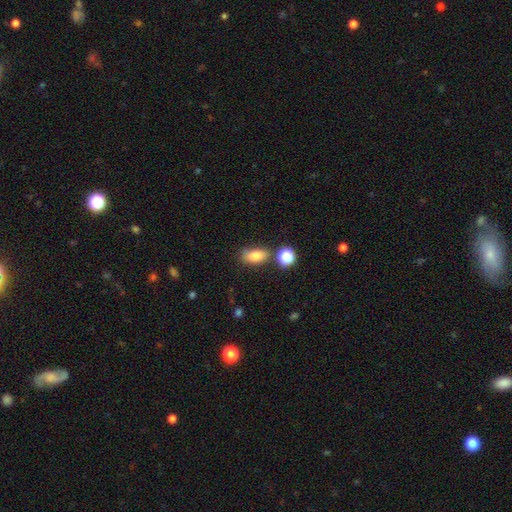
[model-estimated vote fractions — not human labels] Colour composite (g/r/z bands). It shows a smooth galaxy with no disk features (82%) that is in between round and cigar-shaped (86%). Merging: none (65%).